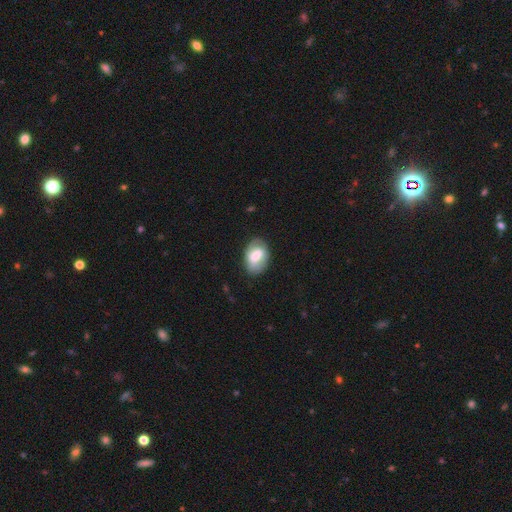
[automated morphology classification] Q: Smooth or featured?
A: smooth (59%); runner-up: featured or disk (34%)
Q: How rounded?
A: in between (87%); runner-up: round (11%)
Q: Merging?
A: none (77%); runner-up: minor disturbance (17%)